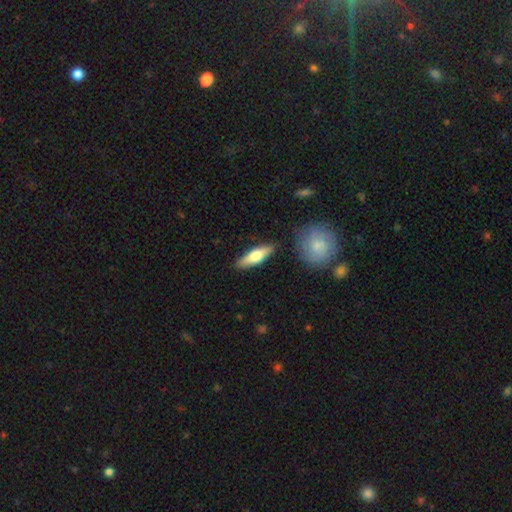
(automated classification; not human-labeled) Smooth or featured?
  - smooth: 60% *
  - featured or disk: 34%
  - star or artifact: 6%
How rounded?
  - cigar-shaped: 58% *
  - in between: 40%
  - round: 2%
Merging?
  - none: 85% *
  - minor disturbance: 10%
  - merger: 3%
  - major disturbance: 2%